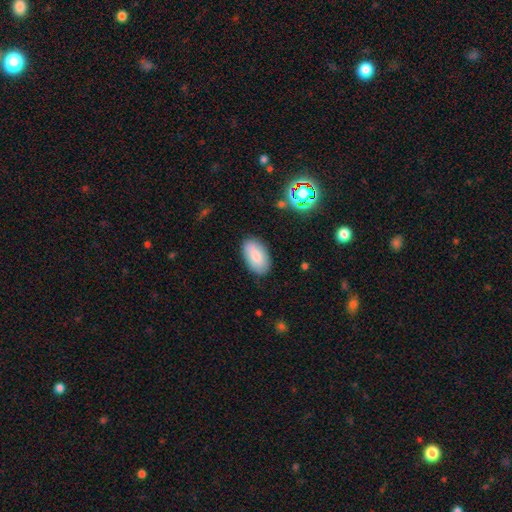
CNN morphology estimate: type=smooth (82%); roundness=in between (95%); merging=none (83%).